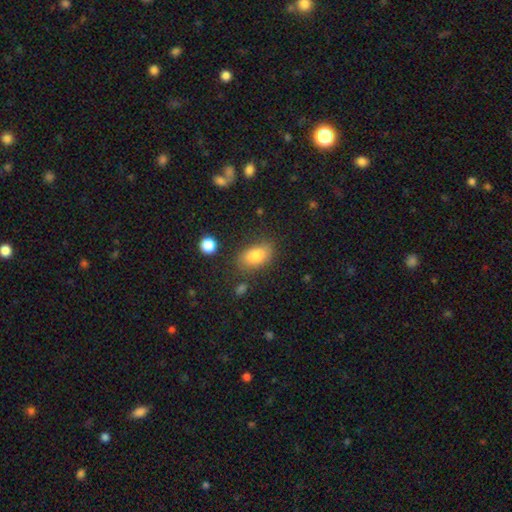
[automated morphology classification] Overall: smooth (81%). How rounded: in between (89%). Merging: none (76%).